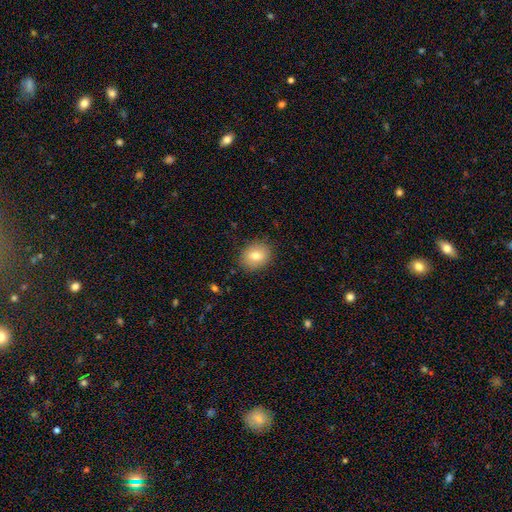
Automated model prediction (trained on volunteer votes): A smooth galaxy with no disk features (79%) that is round (56%). Merging: none (86%).